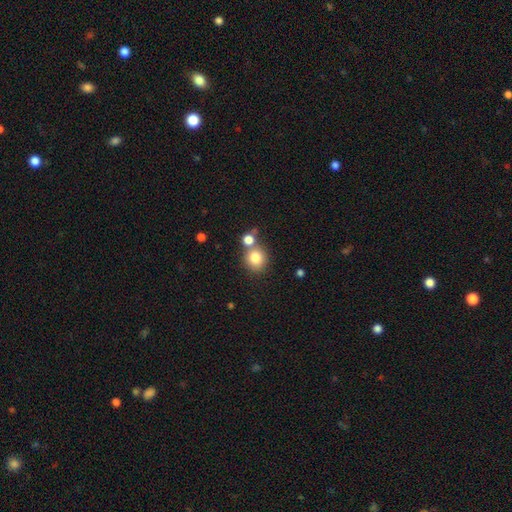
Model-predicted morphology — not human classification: A smooth galaxy with no disk features (81%) that is round (87%). Merging: none (62%).